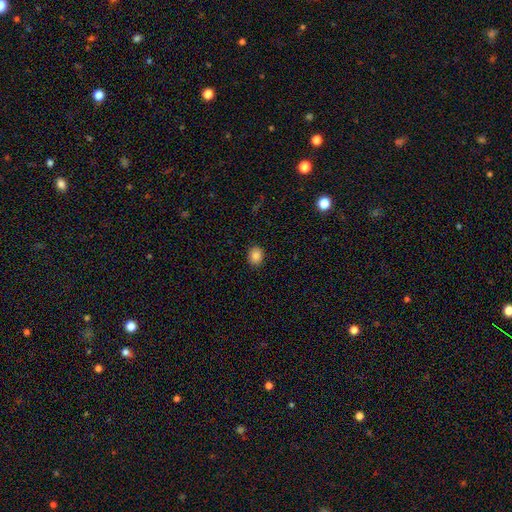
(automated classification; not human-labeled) Overall: smooth (85%). How rounded: round (58%; in between 42%). Merging: none (89%).